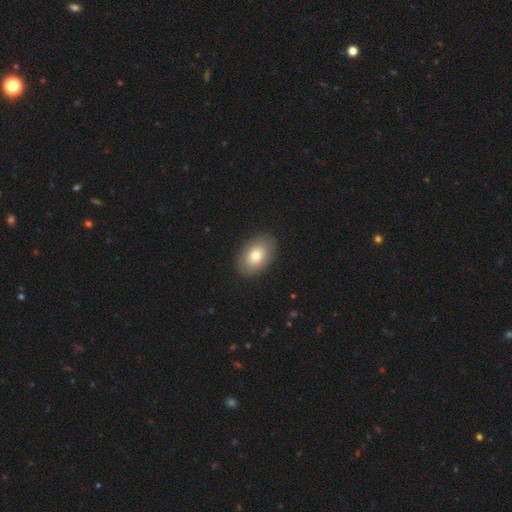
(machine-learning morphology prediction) A smooth galaxy with no disk features (77%) that is in between round and cigar-shaped (87%). Merging: none (89%).